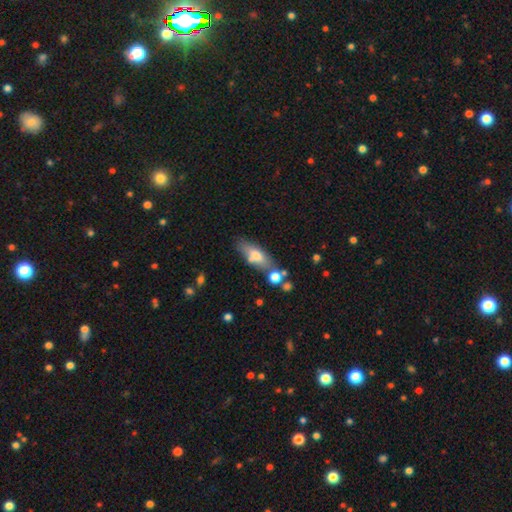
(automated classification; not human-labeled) Smooth or featured? Predicted: smooth (p=0.67). How rounded? Predicted: in between (p=0.64). Merging? Predicted: none (p=0.64).